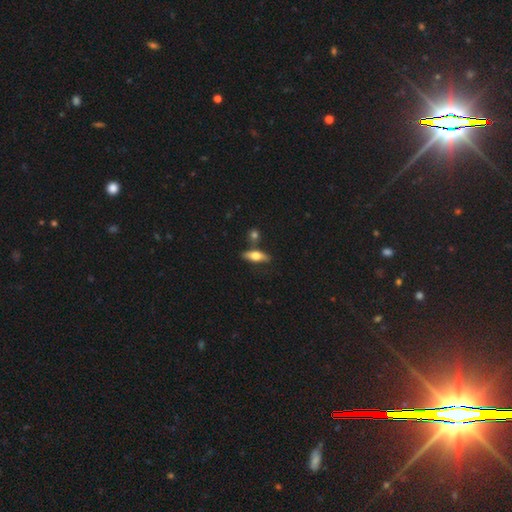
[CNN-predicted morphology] This is possibly a smooth galaxy (51%). How rounded: possibly in between (53%). Merging: likely none (75%).